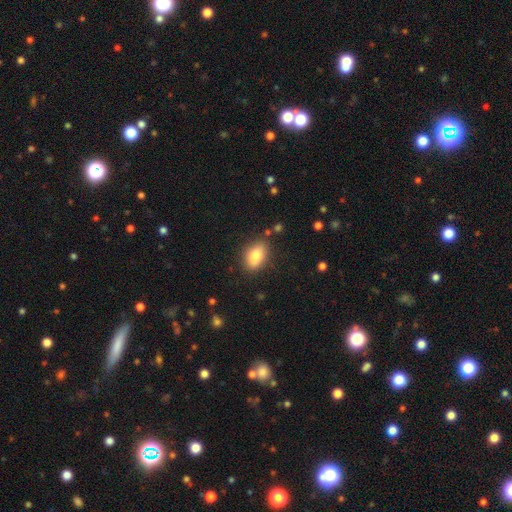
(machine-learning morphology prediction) A smooth galaxy with no disk features (82%) that is in between round and cigar-shaped (87%). Merging: none (80%).